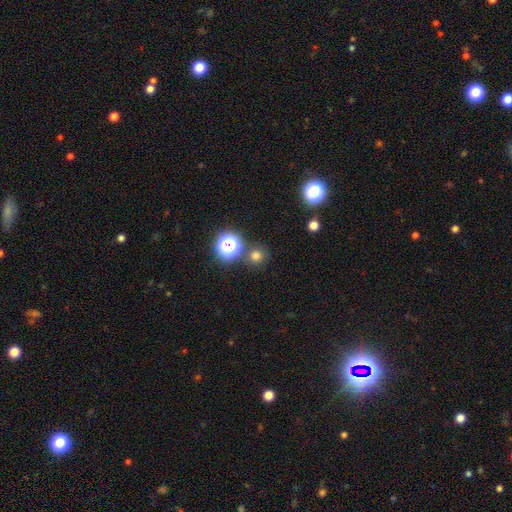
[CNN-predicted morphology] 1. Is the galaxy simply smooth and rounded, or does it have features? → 70% smooth, 24% star or artifact, 6% featured or disk.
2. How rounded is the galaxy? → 92% round, 7% in between, 1% cigar-shaped.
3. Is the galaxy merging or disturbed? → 80% none, 9% merger, 8% minor disturbance, 3% major disturbance.